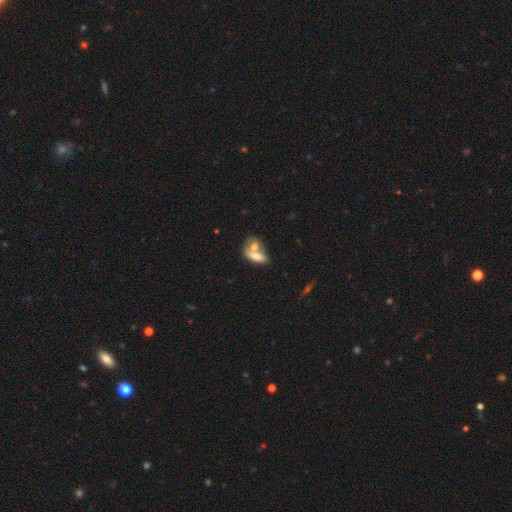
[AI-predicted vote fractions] Smooth or featured: smooth — 66% (featured or disk — 27%)
How rounded: in between — 78% (cigar-shaped — 12%)
Merging: merger — 63% (none — 23%)